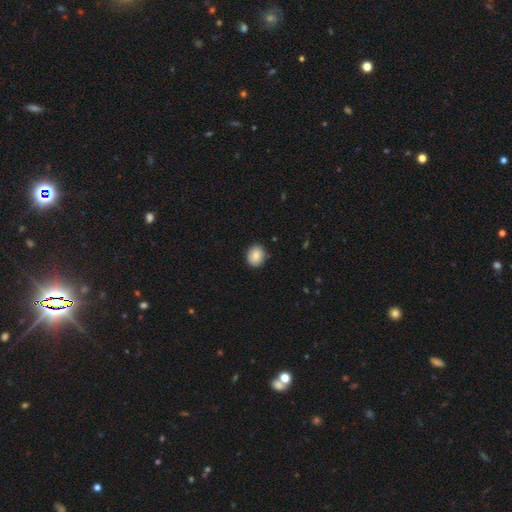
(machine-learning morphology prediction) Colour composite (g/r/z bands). It shows a smooth galaxy with no disk features (83%) that is round (66%). Merging: none (84%).